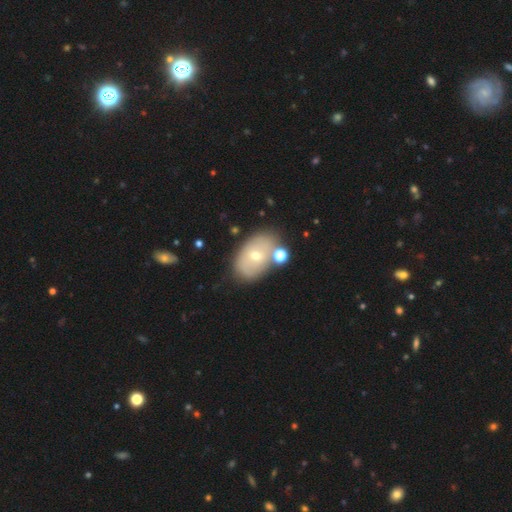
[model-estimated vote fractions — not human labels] Q: Smooth or featured?
A: smooth (54%); runner-up: featured or disk (37%)
Q: How rounded?
A: in between (85%); runner-up: round (13%)
Q: Merging?
A: none (64%); runner-up: minor disturbance (16%)